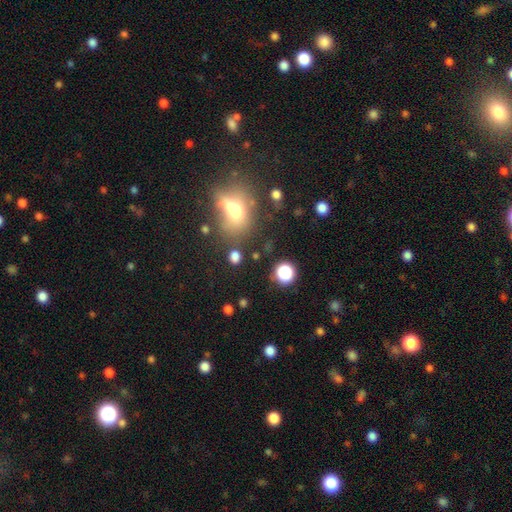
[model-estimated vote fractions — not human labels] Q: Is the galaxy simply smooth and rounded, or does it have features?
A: smooth — 53%.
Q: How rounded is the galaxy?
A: in between — 53%.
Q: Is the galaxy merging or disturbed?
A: none — 56%.